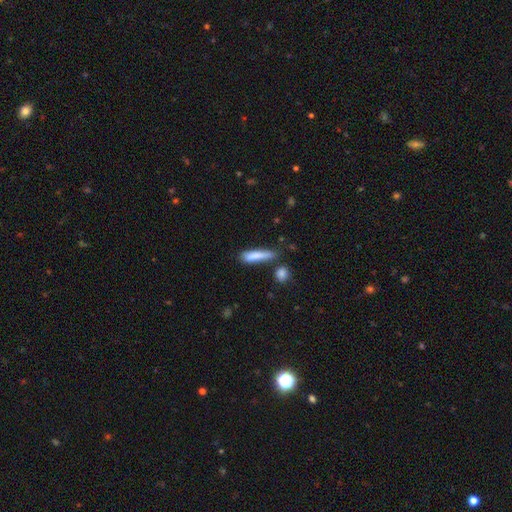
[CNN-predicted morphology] type=smooth (82%); roundness=cigar-shaped (83%); merging=none (65%).